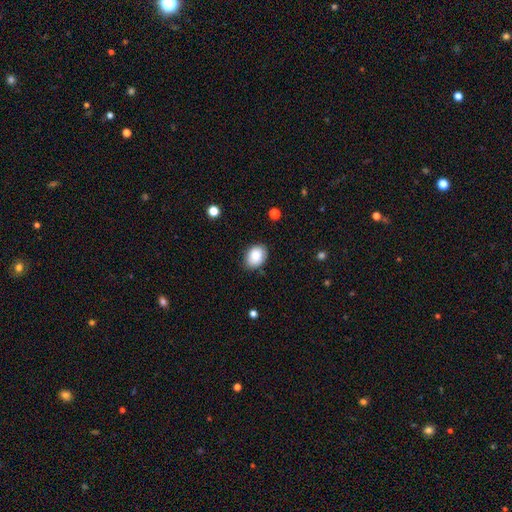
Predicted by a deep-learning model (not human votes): A smooth galaxy with no disk features (86%) that is in between round and cigar-shaped (68%). Merging: none (80%).